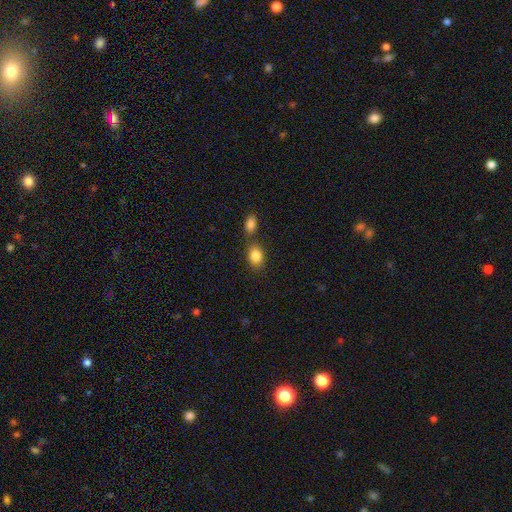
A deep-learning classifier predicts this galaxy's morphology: type=smooth (85%); roundness=in between (74%); merging=none (63%).